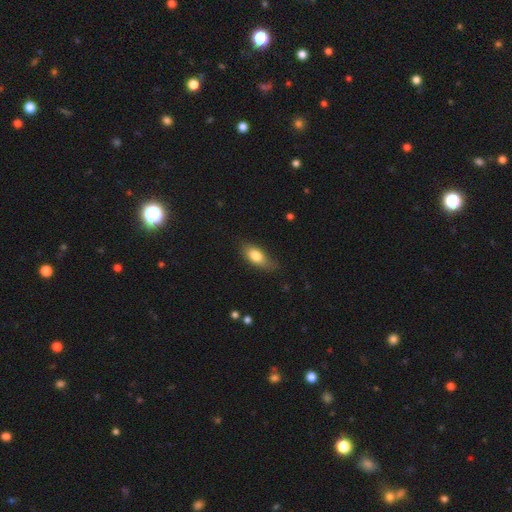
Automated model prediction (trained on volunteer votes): Smooth or featured? Predicted: smooth (p=0.78). How rounded? Predicted: in between (p=0.83). Merging? Predicted: none (p=0.68).